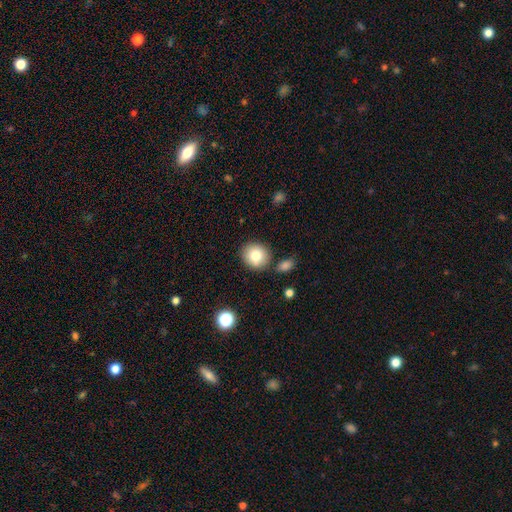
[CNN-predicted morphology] smooth-or-featured: smooth: 80% | featured or disk: 11% | star or artifact: 9%
  how-rounded: round: 84% | in between: 15% | cigar-shaped: 1%
  merging: none: 81% | minor disturbance: 10% | merger: 6% | major disturbance: 3%